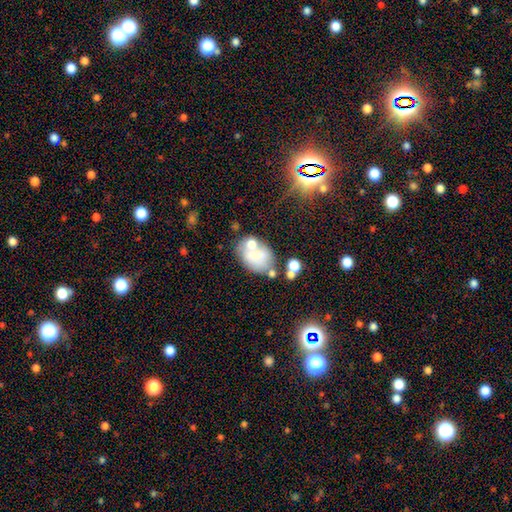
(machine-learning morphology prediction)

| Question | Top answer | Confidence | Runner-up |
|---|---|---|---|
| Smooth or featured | smooth | 63% | featured or disk (26%) |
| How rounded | in between | 74% | round (25%) |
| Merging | none | 44% | merger (26%) |